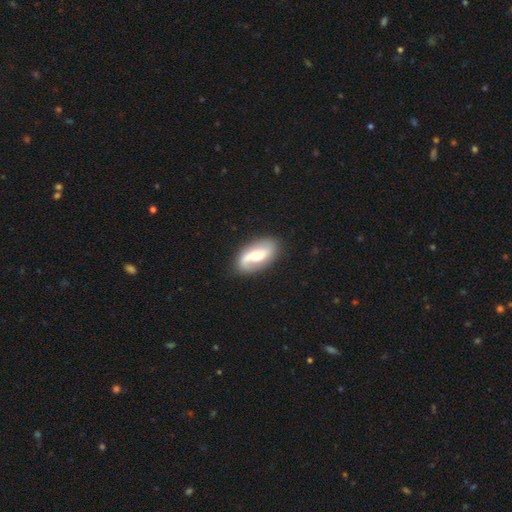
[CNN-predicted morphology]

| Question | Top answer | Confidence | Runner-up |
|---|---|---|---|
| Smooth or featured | featured or disk | 76% | smooth (19%) |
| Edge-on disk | no | 95% | yes (5%) |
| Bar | weak | 39% | no (38%) |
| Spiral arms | yes | 92% | no (8%) |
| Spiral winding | loose | 58% | medium (30%) |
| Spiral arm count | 2 | 82% | 1 (11%) |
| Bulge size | moderate | 61% | small (26%) |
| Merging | none | 82% | minor disturbance (12%) |